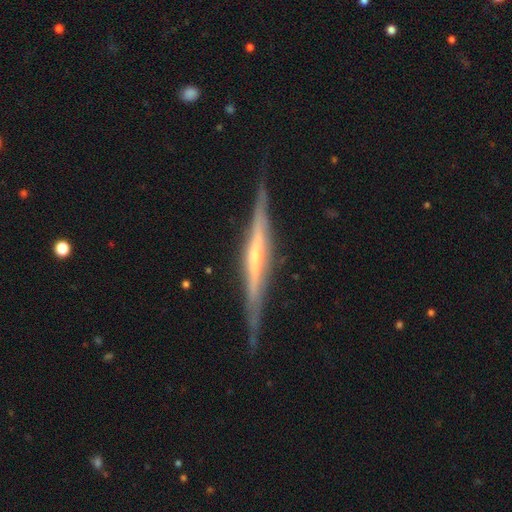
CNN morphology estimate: Q: Smooth or featured?
A: featured or disk (82%); runner-up: smooth (13%)
Q: Edge-on disk?
A: yes (97%); runner-up: no (3%)
Q: Edge-on bulge?
A: rounded (48%); runner-up: none (38%)
Q: Merging?
A: none (84%); runner-up: minor disturbance (12%)